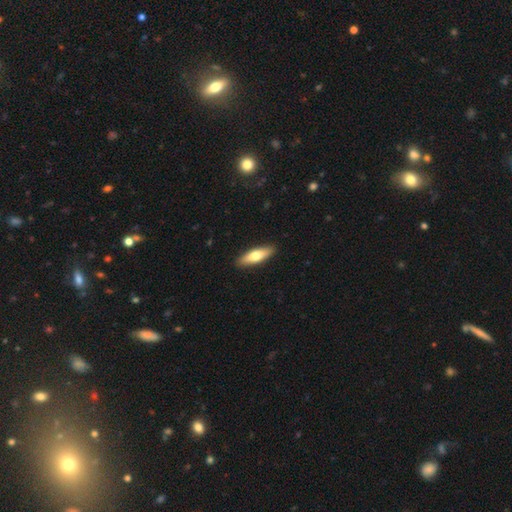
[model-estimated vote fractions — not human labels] A smooth galaxy with no disk features (67%) that is cigar-shaped (52%). Merging: none (90%).